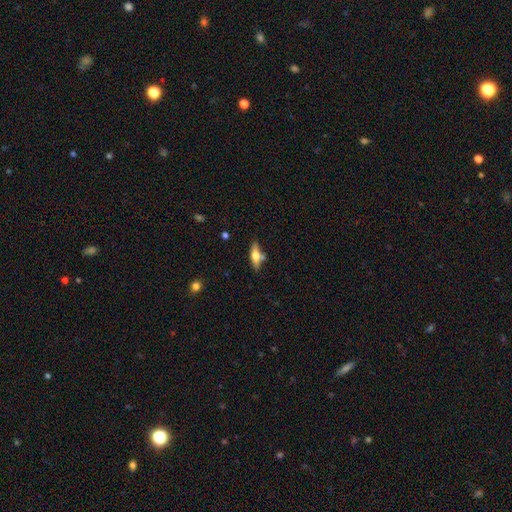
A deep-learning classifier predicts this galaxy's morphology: This is possibly a smooth galaxy (51%). How rounded: possibly in between (49%). Merging: likely none (68%).